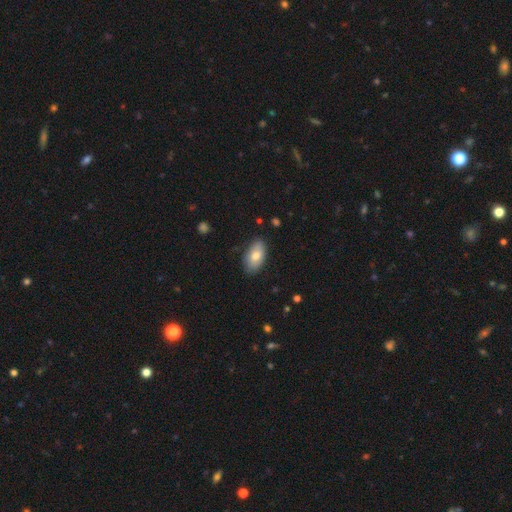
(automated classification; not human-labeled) smooth_or_featured: smooth (p=0.76) [alt: featured or disk p=0.17]
how_rounded: in between (p=0.94) [alt: round p=0.04]
merging: none (p=0.83) [alt: minor disturbance p=0.13]